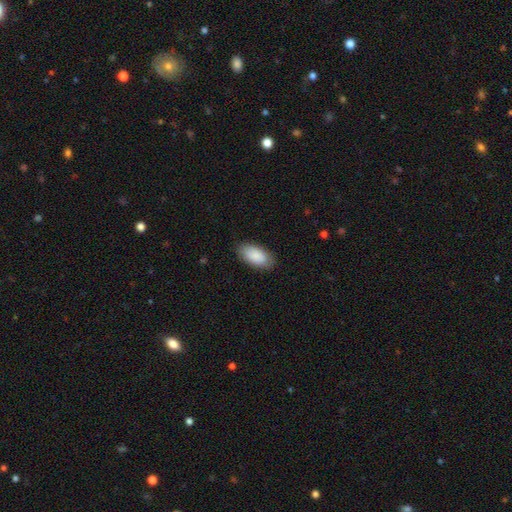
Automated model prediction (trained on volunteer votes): smooth_or_featured: smooth (p=0.89) [alt: star or artifact p=0.06]
how_rounded: in between (p=0.94) [alt: cigar-shaped p=0.04]
merging: none (p=0.86) [alt: minor disturbance p=0.11]